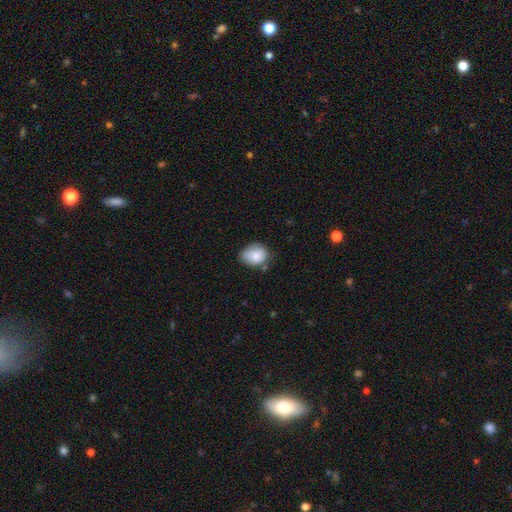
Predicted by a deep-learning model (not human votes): Smooth or featured? Predicted: smooth (p=0.81). How rounded? Predicted: in between (p=0.54). Merging? Predicted: none (p=0.53).